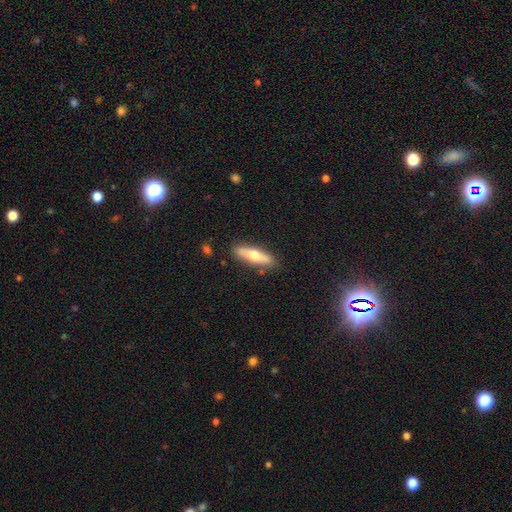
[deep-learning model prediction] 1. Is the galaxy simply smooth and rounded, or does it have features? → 56% smooth, 39% featured or disk, 6% star or artifact.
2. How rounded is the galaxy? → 66% cigar-shaped, 32% in between, 2% round.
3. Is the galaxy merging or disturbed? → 84% none, 11% minor disturbance, 2% merger, 2% major disturbance.